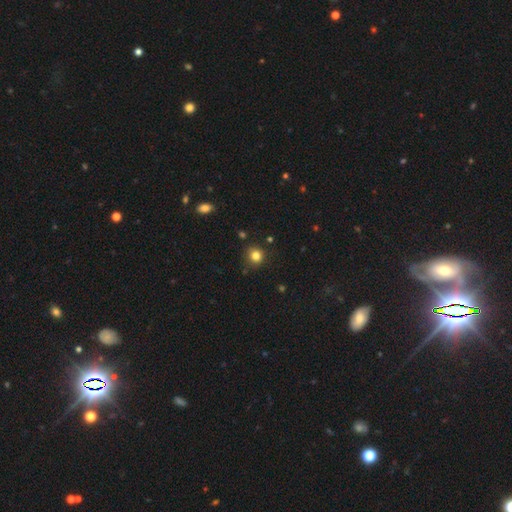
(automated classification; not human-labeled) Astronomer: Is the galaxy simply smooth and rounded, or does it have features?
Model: smooth — 81%.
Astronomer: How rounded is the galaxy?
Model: round — 90%.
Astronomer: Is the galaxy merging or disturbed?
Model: none — 85%.